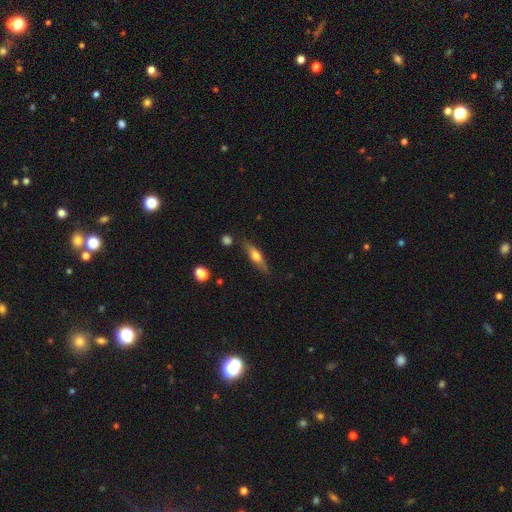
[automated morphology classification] This is possibly a featured or disk galaxy (49%). Merging: clearly none (82%).